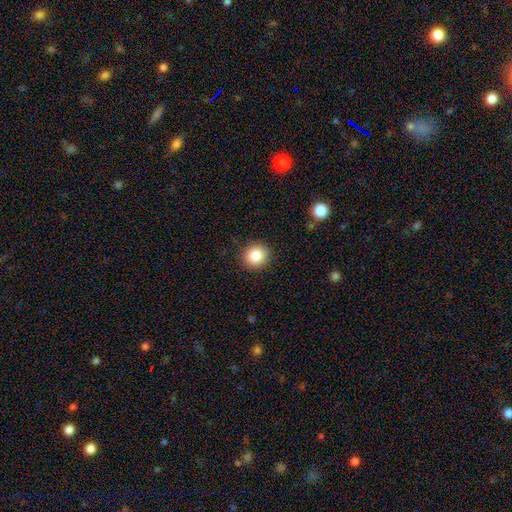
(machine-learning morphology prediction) Smooth or featured: smooth — 85% (star or artifact — 10%)
How rounded: round — 87% (in between — 12%)
Merging: none — 91% (minor disturbance — 6%)